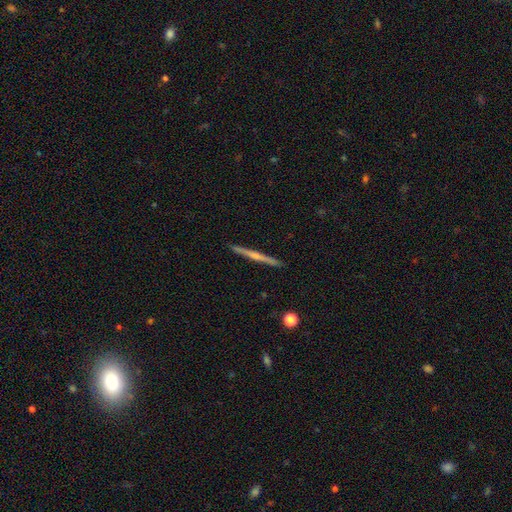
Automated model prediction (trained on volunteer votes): Overall: featured or disk (64%; smooth 30%). Edge-on disk: yes (98%). Edge-on bulge: rounded (52%; none 40%). Merging: none (92%).